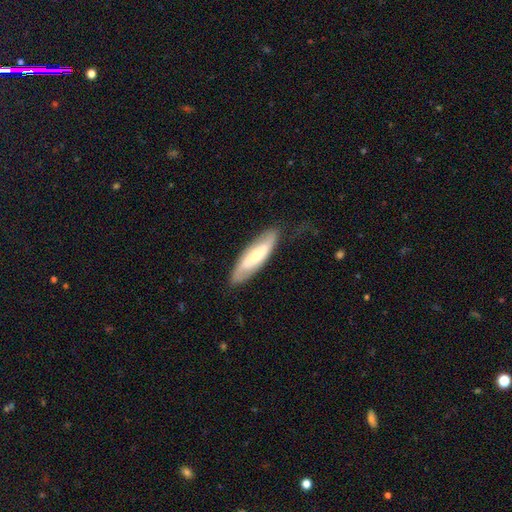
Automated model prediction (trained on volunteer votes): smooth-or-featured: featured or disk: 54% | smooth: 41% | star or artifact: 6%
  disk-edge-on: no: 70% | yes: 30%
  merging: none: 77% | minor disturbance: 17% | major disturbance: 5% | merger: 1%